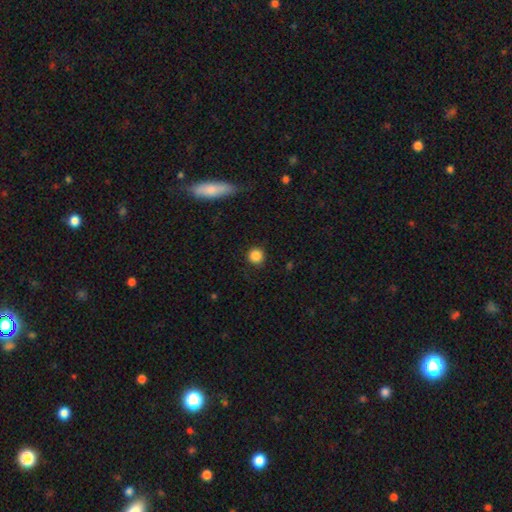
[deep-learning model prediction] smooth_or_featured: smooth (p=0.87) [alt: star or artifact p=0.10]
how_rounded: round (p=0.95) [alt: in between p=0.04]
merging: none (p=0.90) [alt: minor disturbance p=0.07]